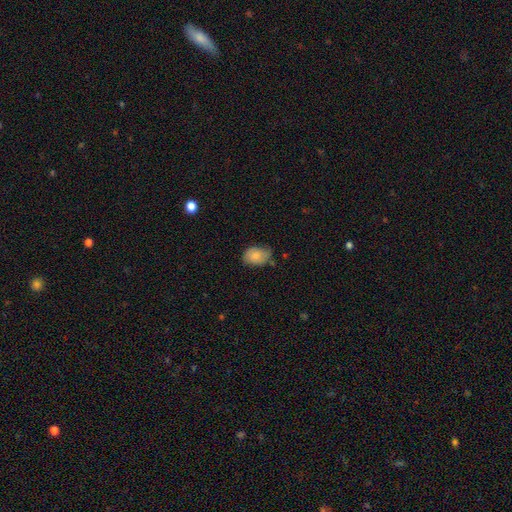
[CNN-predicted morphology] Overall: smooth (80%). How rounded: in between (79%). Merging: none (64%; minor disturbance 29%).